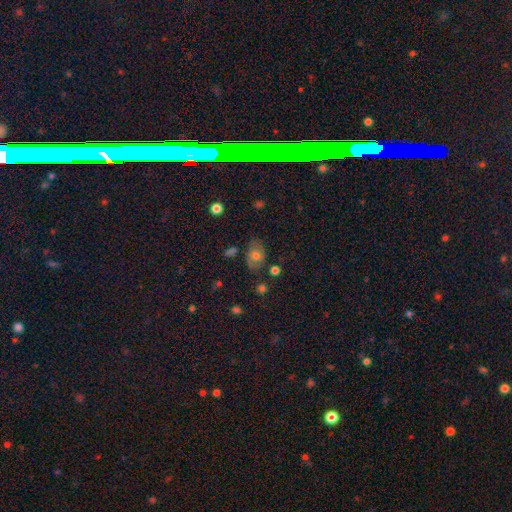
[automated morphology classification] Smooth or featured? smooth (66%)
How rounded? in between (78%)
Merging? none (70%)